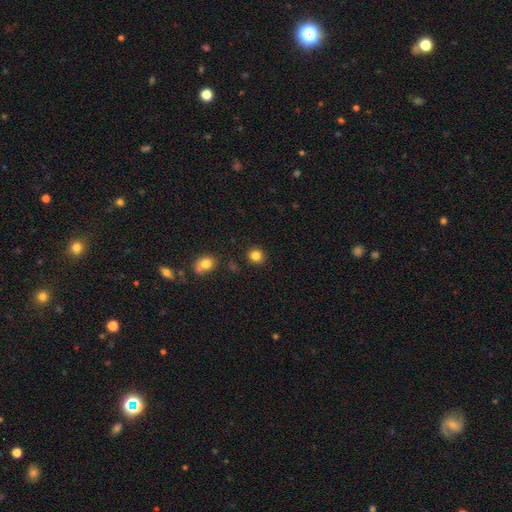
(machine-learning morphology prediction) smooth 83%, star or artifact 12%, featured or disk 5%. Down the decision tree: how rounded — round (86%); merging — none (89%).